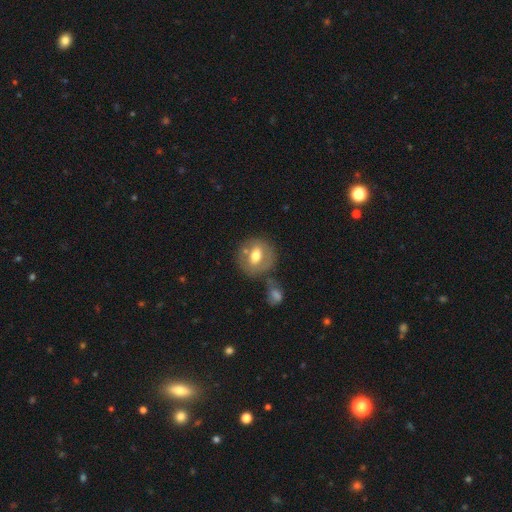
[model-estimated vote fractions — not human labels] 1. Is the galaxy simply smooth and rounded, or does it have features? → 54% smooth, 39% featured or disk, 7% star or artifact.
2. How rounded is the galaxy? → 70% round, 29% in between, 1% cigar-shaped.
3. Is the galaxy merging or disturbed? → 58% none, 20% merger, 15% minor disturbance, 7% major disturbance.